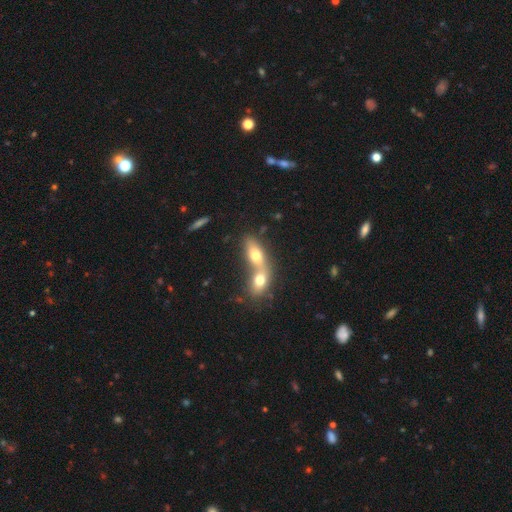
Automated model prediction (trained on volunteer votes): Smooth or featured? smooth (67%)
How rounded? in between (73%)
Merging? merger (73%)